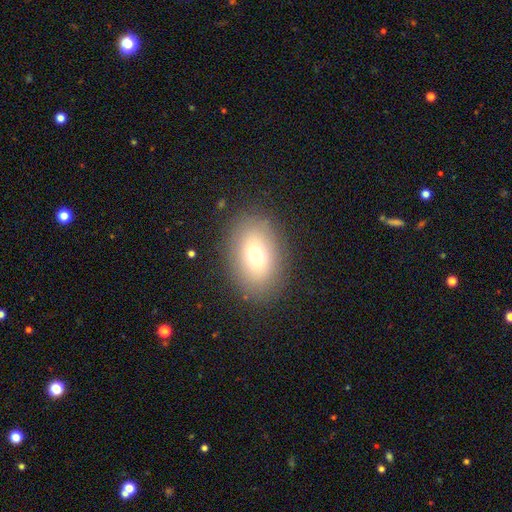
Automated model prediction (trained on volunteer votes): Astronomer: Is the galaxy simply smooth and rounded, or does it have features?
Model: smooth — 71%.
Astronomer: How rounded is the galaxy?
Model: in between — 81%.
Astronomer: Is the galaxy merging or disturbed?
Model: none — 85%.